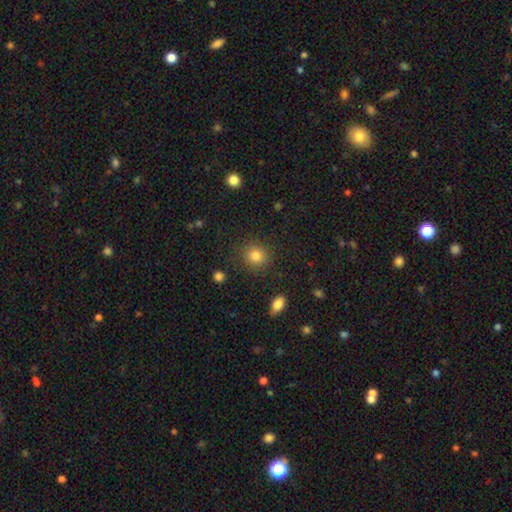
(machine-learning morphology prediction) Smooth or featured? Predicted: smooth (p=0.83). How rounded? Predicted: round (p=0.85). Merging? Predicted: none (p=0.88).